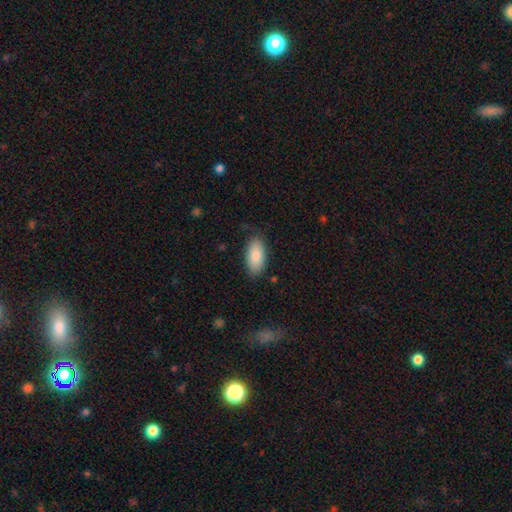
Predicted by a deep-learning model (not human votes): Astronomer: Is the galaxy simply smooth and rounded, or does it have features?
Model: smooth — 86%.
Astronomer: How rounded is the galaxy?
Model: in between — 91%.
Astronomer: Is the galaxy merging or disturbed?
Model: none — 84%.